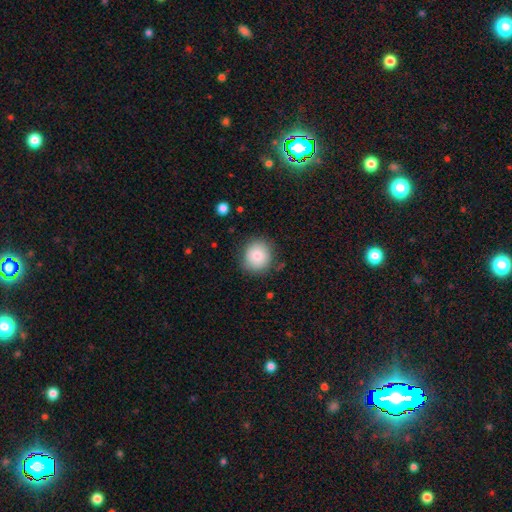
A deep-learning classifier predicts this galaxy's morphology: Smooth or featured?
  - smooth: 84% *
  - star or artifact: 9%
  - featured or disk: 7%
How rounded?
  - round: 87% *
  - in between: 12%
  - cigar-shaped: 1%
Merging?
  - none: 83% *
  - minor disturbance: 12%
  - major disturbance: 3%
  - merger: 1%